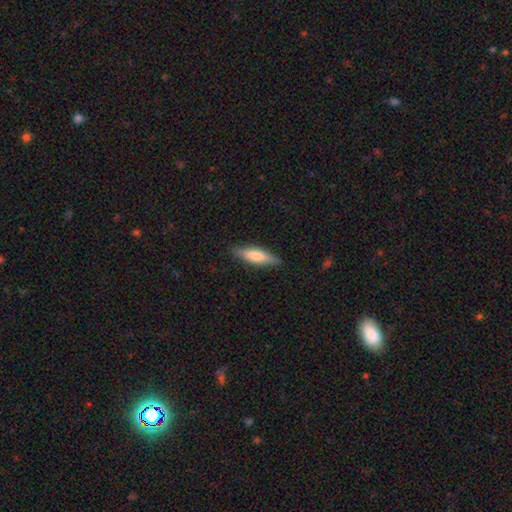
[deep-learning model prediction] A smooth galaxy with no disk features (59%) that is cigar-shaped (73%). Merging: none (87%).